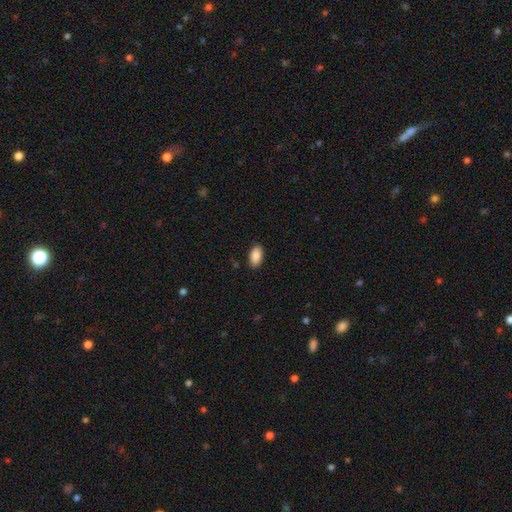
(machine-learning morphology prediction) Q: Smooth or featured?
A: smooth (89%); runner-up: star or artifact (7%)
Q: How rounded?
A: in between (94%); runner-up: round (3%)
Q: Merging?
A: none (88%); runner-up: minor disturbance (9%)